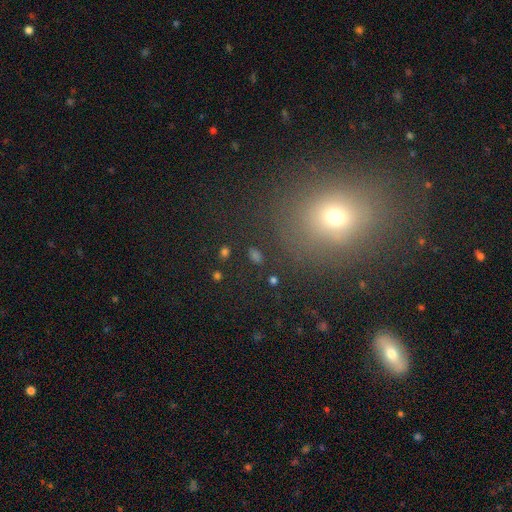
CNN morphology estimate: smooth-or-featured: smooth: 63% | star or artifact: 27% | featured or disk: 11%
  how-rounded: in between: 64% | round: 32% | cigar-shaped: 5%
  merging: none: 81% | minor disturbance: 9% | major disturbance: 5% | merger: 4%